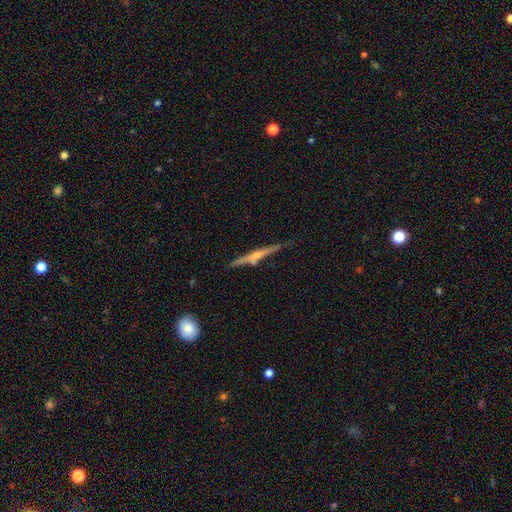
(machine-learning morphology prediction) A featured or disk galaxy (76%) viewed edge-on (98%) with a rounded central bulge (82%).

Vote fractions:
- Smooth or featured? featured or disk: 76% / smooth: 18% / star or artifact: 6%
- Edge-on disk? yes: 98% / no: 2%
- Edge-on bulge? rounded: 82% / none: 12% / boxy: 6%
- Merging? none: 80% / minor disturbance: 12% / merger: 5% / major disturbance: 3%